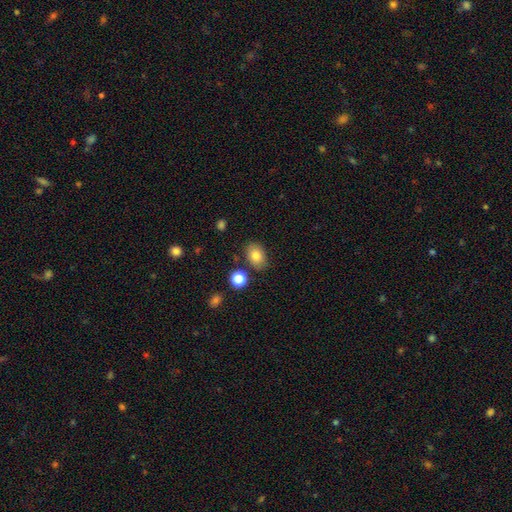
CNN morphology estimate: Smooth or featured? Predicted: smooth (p=0.80). How rounded? Predicted: in between (p=0.74). Merging? Predicted: none (p=0.80).